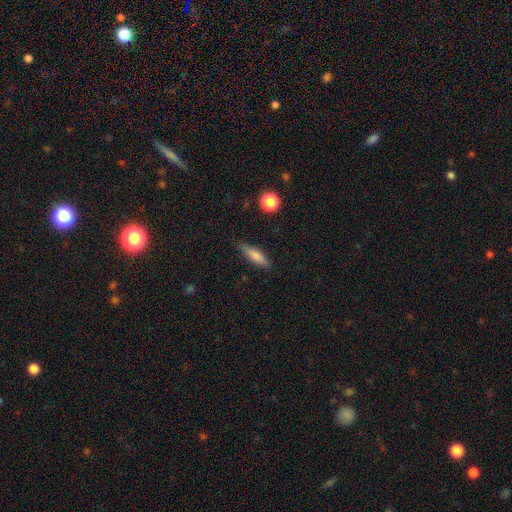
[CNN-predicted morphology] smooth-or-featured: smooth: 75% | featured or disk: 18% | star or artifact: 7%
  how-rounded: cigar-shaped: 68% | in between: 30% | round: 2%
  merging: none: 83% | minor disturbance: 13% | major disturbance: 3% | merger: 1%